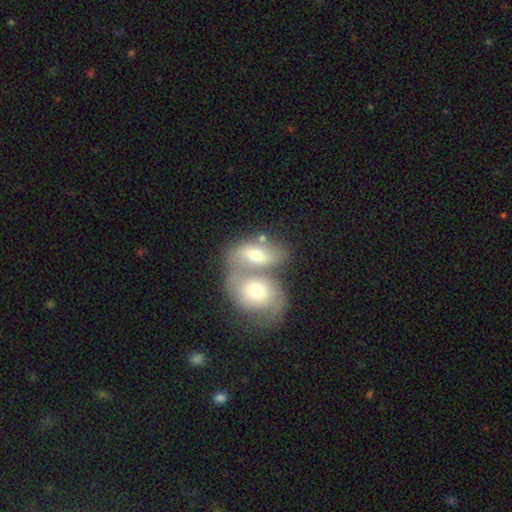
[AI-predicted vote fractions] Smooth or featured? Predicted: smooth (p=0.48). Merging? Predicted: merger (p=0.74).